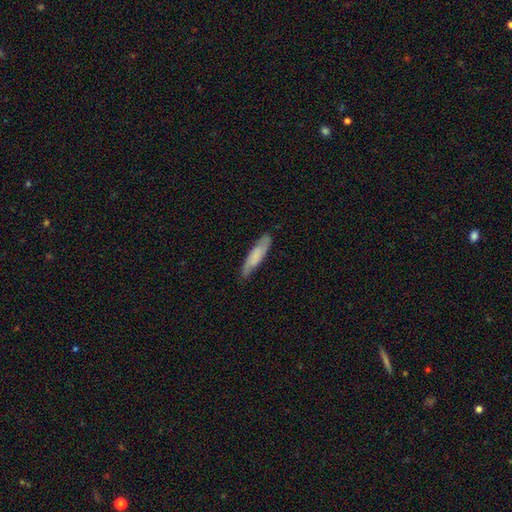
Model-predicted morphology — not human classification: A smooth galaxy with no disk features (64%) that is cigar-shaped (77%).

Vote fractions:
- Smooth or featured? smooth: 64% / featured or disk: 30% / star or artifact: 6%
- How rounded? cigar-shaped: 77% / in between: 22% / round: 1%
- Merging? none: 79% / minor disturbance: 17% / major disturbance: 3% / merger: 1%